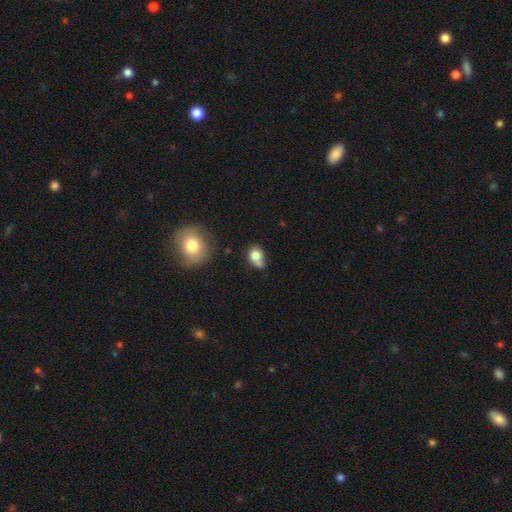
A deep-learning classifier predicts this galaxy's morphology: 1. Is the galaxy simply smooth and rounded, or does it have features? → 76% smooth, 14% featured or disk, 9% star or artifact.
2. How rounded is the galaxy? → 54% in between, 45% round, 2% cigar-shaped.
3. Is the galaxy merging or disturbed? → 36% none, 29% minor disturbance, 20% merger, 15% major disturbance.